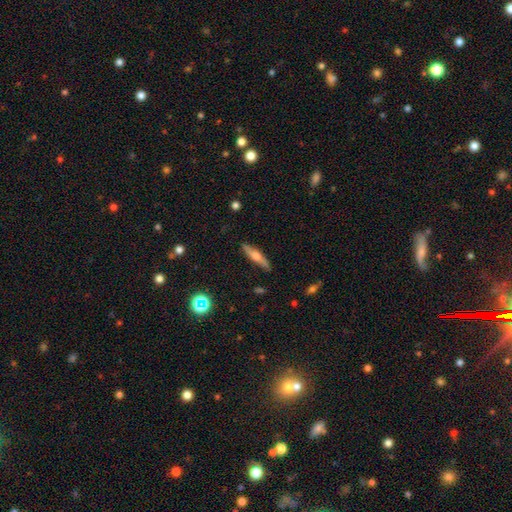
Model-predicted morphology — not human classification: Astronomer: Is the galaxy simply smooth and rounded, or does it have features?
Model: featured or disk — 53% (runner-up: smooth, 40%).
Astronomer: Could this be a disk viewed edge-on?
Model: yes — 92%.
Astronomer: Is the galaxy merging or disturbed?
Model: none — 86%.